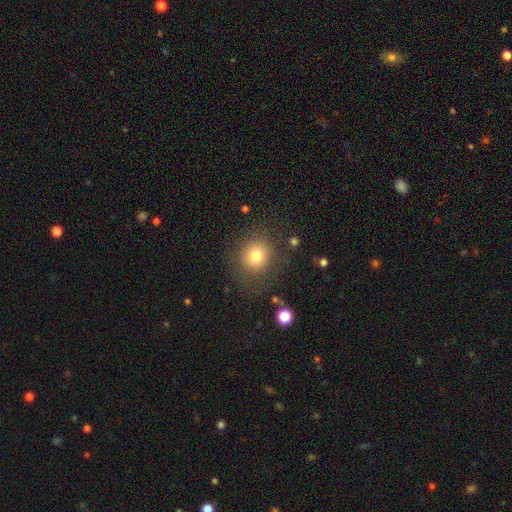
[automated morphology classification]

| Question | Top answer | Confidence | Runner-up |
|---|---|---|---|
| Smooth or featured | smooth | 78% | star or artifact (12%) |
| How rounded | round | 84% | in between (15%) |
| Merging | none | 80% | minor disturbance (12%) |